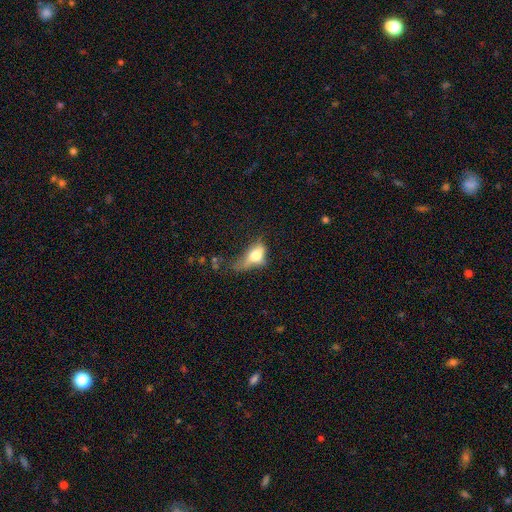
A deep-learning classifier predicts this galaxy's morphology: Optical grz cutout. It shows a smooth galaxy with no disk features (63%) that is in between round and cigar-shaped (80%). Merging: major disturbance (47%).